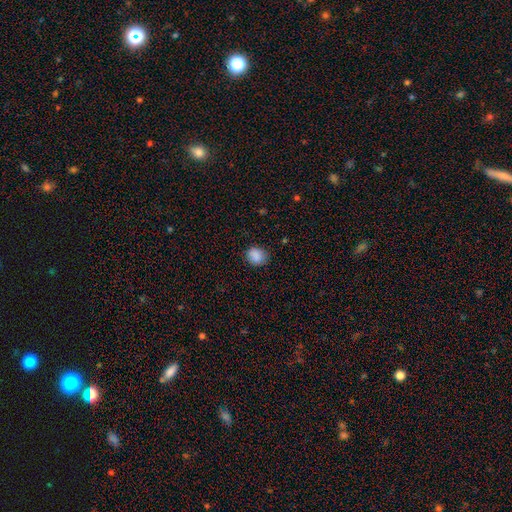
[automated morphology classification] smooth_or_featured: smooth (p=0.87) [alt: star or artifact p=0.09]
how_rounded: round (p=0.70) [alt: in between p=0.29]
merging: none (p=0.82) [alt: minor disturbance p=0.14]